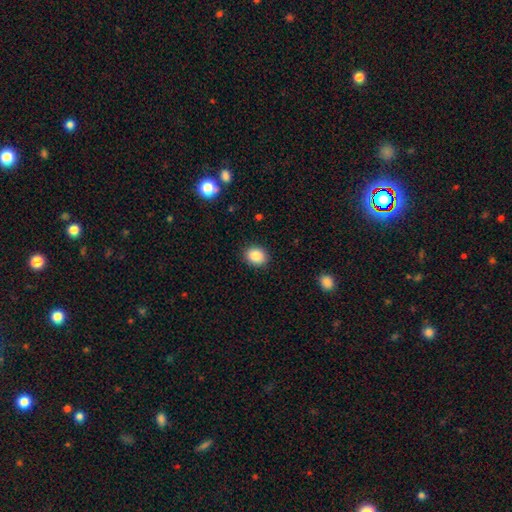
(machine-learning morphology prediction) A smooth galaxy with no disk features (88%) that is round (50%).

Vote fractions:
- Smooth or featured? smooth: 88% / star or artifact: 8% / featured or disk: 4%
- How rounded? round: 50% / in between: 49% / cigar-shaped: 1%
- Merging? none: 89% / minor disturbance: 8% / major disturbance: 2% / merger: 1%